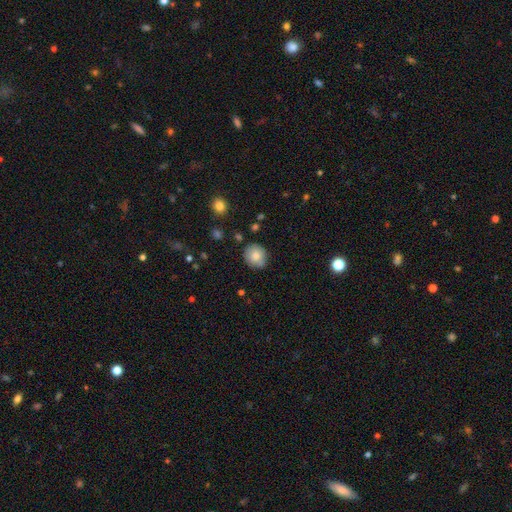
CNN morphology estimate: This appears to be a smooth galaxy with no disk features (78%) that is round (82%). Merging: none (79%).